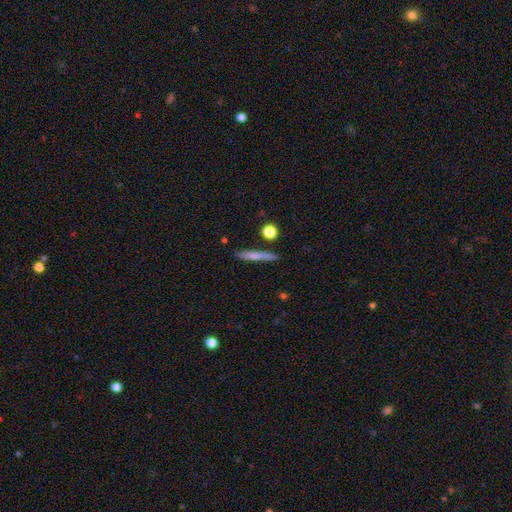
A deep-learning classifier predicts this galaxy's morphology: Smooth or featured?
  - smooth: 68% *
  - featured or disk: 25%
  - star or artifact: 7%
How rounded?
  - cigar-shaped: 92% *
  - in between: 5%
  - round: 3%
Merging?
  - none: 83% *
  - minor disturbance: 11%
  - merger: 3%
  - major disturbance: 3%